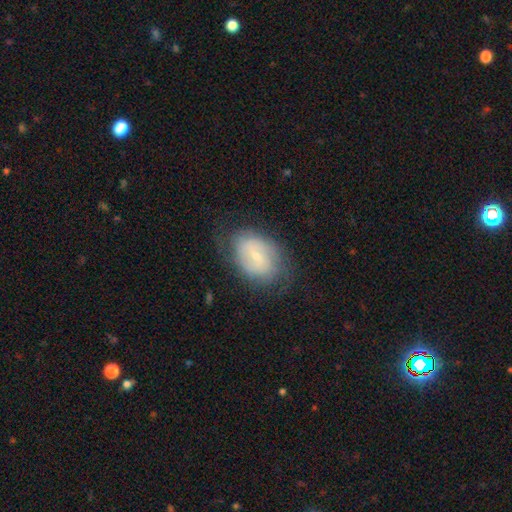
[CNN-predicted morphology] A featured or disk galaxy (55%) with a weak bar (49%), spiral arms (73%) and a small central bulge (75%).

Vote fractions:
- Smooth or featured? featured or disk: 55% / smooth: 37% / star or artifact: 9%
- Edge-on disk? no: 95% / yes: 5%
- Bar? weak: 49% / no: 36% / strong: 15%
- Spiral arms? yes: 73% / no: 27%
- Bulge size? small: 75% / moderate: 19% / none: 4% / large: 1% / dominant: 1%
- Merging? none: 67% / minor disturbance: 22% / major disturbance: 10% / merger: 1%